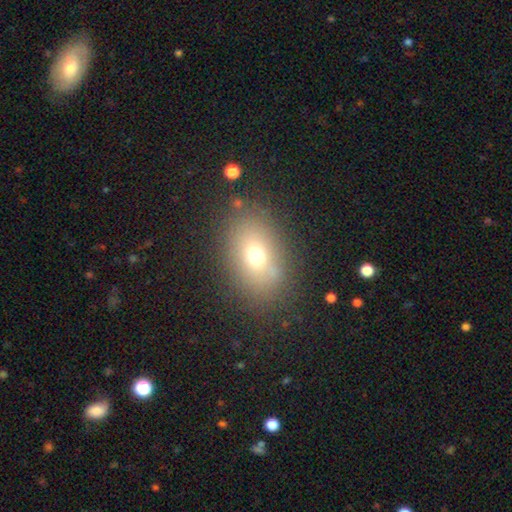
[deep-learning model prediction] This appears to be a smooth galaxy with no disk features (68%) that is in between round and cigar-shaped (75%). Merging: none (80%).